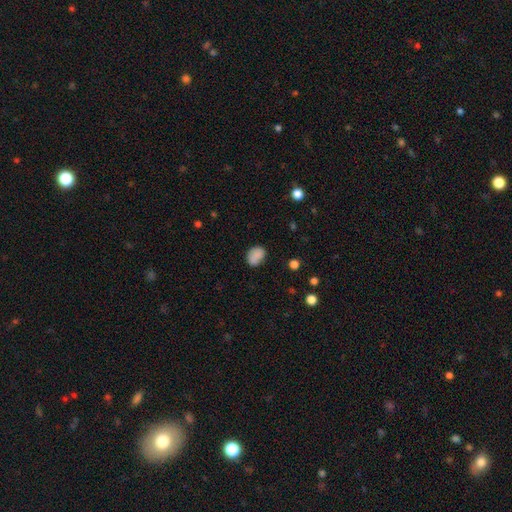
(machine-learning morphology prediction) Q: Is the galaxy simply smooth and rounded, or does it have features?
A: smooth — 85%.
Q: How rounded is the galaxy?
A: in between — 75%.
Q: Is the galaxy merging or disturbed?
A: none — 71%.